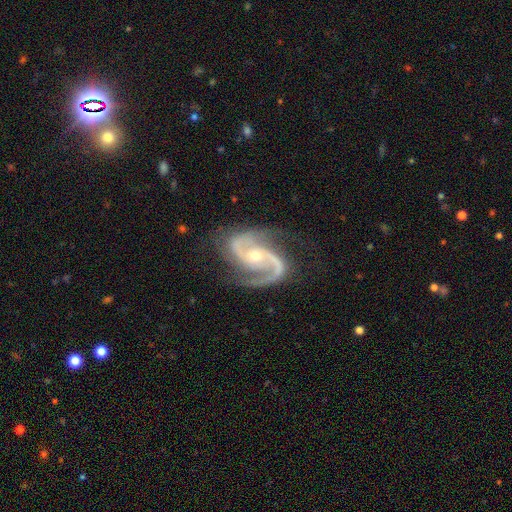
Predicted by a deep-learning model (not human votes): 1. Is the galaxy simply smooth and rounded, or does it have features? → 93% featured or disk, 4% star or artifact, 2% smooth.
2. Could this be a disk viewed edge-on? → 98% no, 2% yes.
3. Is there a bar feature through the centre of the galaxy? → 51% no, 33% weak, 16% strong.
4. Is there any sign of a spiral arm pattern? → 99% yes, 1% no.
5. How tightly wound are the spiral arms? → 61% medium, 22% tight, 17% loose.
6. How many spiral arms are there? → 90% 2, 4% 3, 2% can't tell, 2% 1, 1% 4, 1% more than 4.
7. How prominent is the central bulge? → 50% moderate, 46% small, 2% large, 1% none, 1% dominant.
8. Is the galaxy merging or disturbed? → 74% none, 17% minor disturbance, 7% major disturbance, 2% merger.